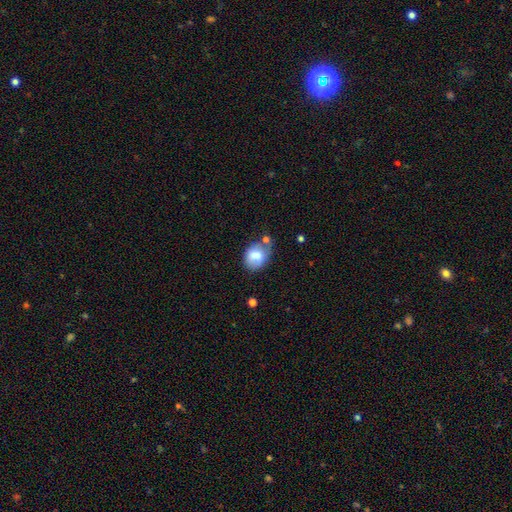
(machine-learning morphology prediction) Smooth or featured?
  - smooth: 79% *
  - featured or disk: 13%
  - star or artifact: 8%
How rounded?
  - in between: 63% *
  - round: 36%
  - cigar-shaped: 1%
Merging?
  - none: 52% *
  - minor disturbance: 27%
  - merger: 13%
  - major disturbance: 8%